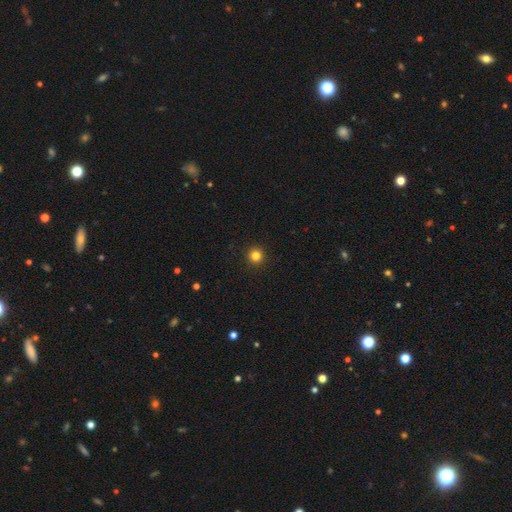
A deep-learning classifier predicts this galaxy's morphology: Q: Smooth or featured?
A: smooth (82%); runner-up: star or artifact (14%)
Q: How rounded?
A: round (96%); runner-up: in between (3%)
Q: Merging?
A: none (94%); runner-up: minor disturbance (4%)